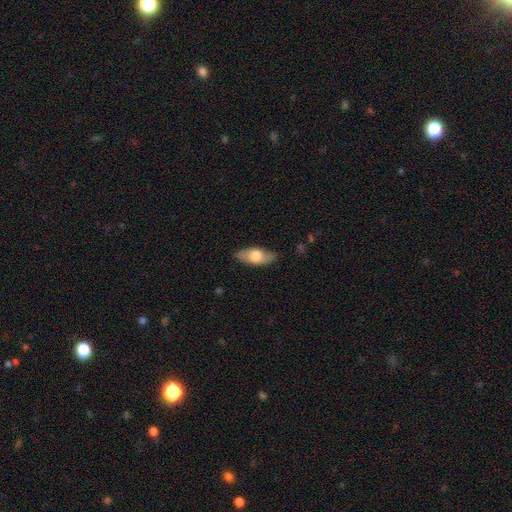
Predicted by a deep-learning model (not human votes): Smooth or featured? smooth (66%)
How rounded? in between (83%)
Merging? none (83%)